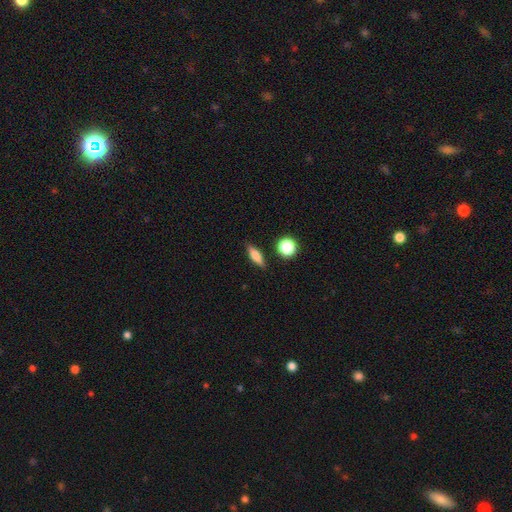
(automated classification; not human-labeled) This appears to be a smooth galaxy with no disk features (72%) that is in between round and cigar-shaped (49%). Merging: none (84%).